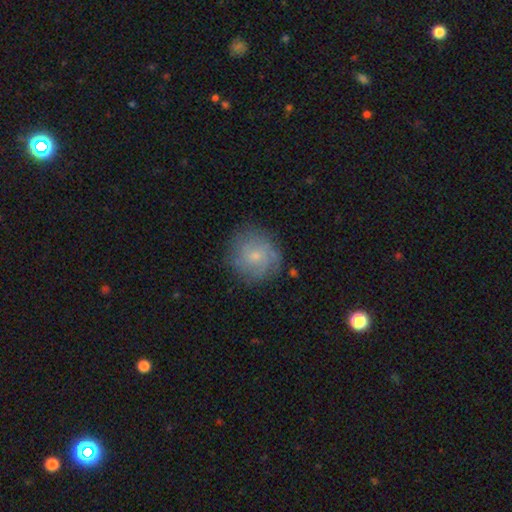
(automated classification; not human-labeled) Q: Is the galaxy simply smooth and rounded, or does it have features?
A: featured or disk — 48%.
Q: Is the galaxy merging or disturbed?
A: none — 78%.